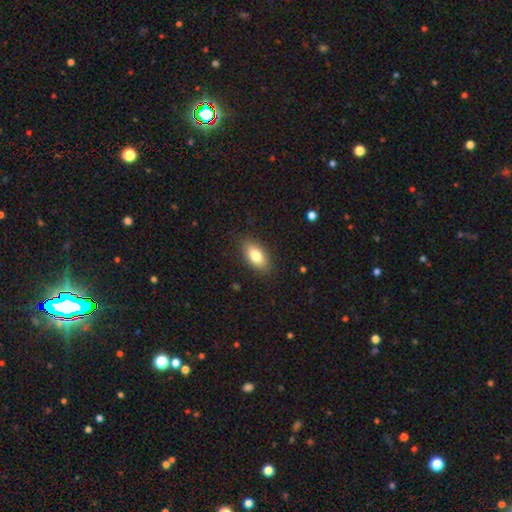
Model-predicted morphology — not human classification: Smooth or featured? smooth (80%)
How rounded? in between (89%)
Merging? none (86%)